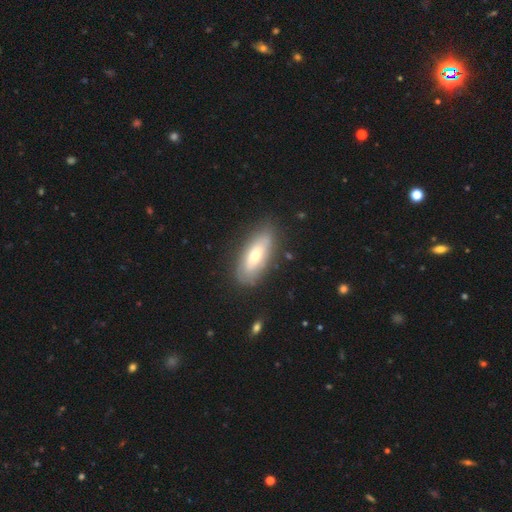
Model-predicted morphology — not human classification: smooth 54%, featured or disk 39%, star or artifact 6%. Down the decision tree: how rounded — in between (75%); merging — none (82%).